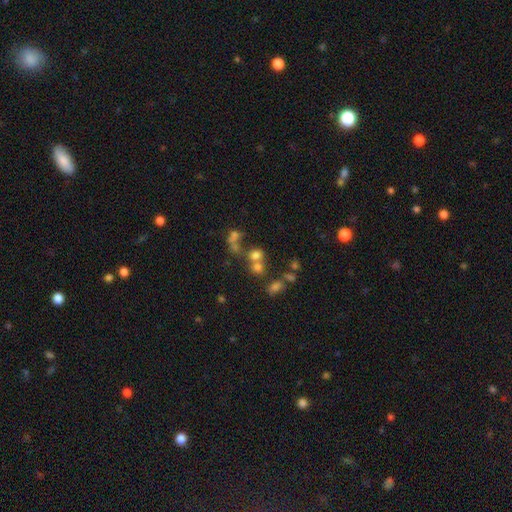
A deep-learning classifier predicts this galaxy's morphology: This is likely a smooth galaxy (65%). How rounded: likely round (73%). Merging: possibly merger (45%).